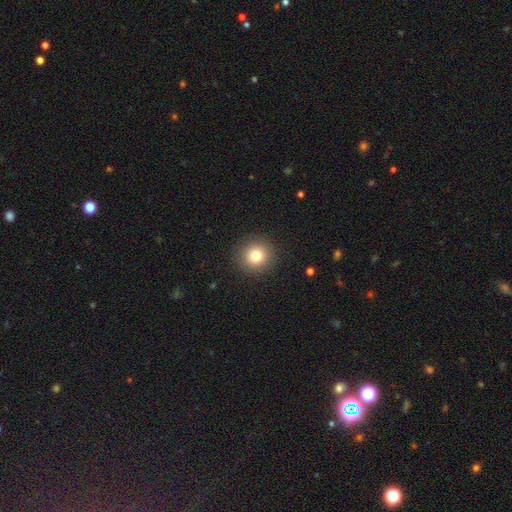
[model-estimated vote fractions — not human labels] Morphology: type=smooth (80%); roundness=round (93%); merging=none (91%).